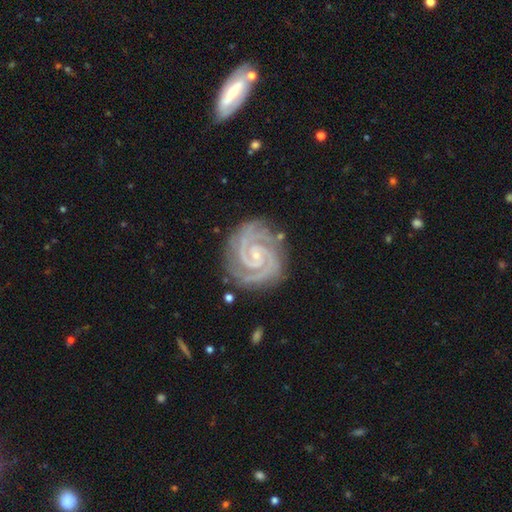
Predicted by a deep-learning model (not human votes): A featured or disk galaxy (93%) with no bar (52%), 2 (81%) tight (77%) spiral arms (99%) and a small central bulge (80%). Merging: none (80%).